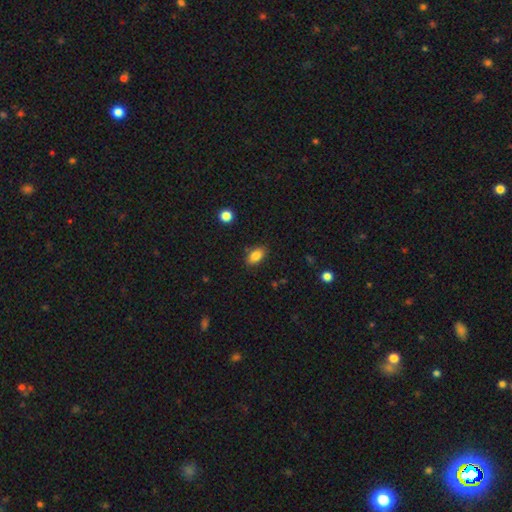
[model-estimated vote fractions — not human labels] Morphology: type=smooth (85%); roundness=in between (89%); merging=none (84%).